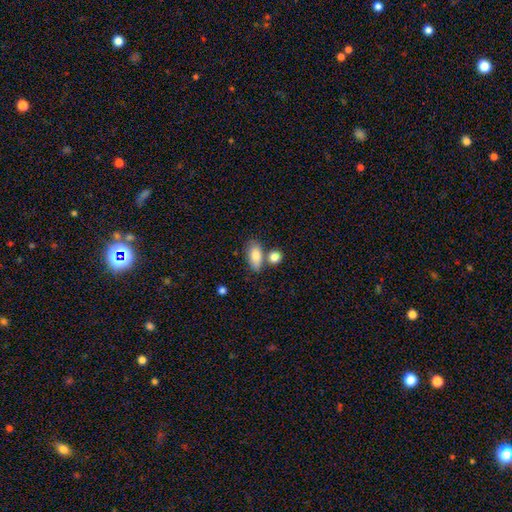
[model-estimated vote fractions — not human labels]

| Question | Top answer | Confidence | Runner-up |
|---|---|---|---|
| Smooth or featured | smooth | 81% | featured or disk (12%) |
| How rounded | in between | 86% | cigar-shaped (8%) |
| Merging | none | 59% | merger (23%) |